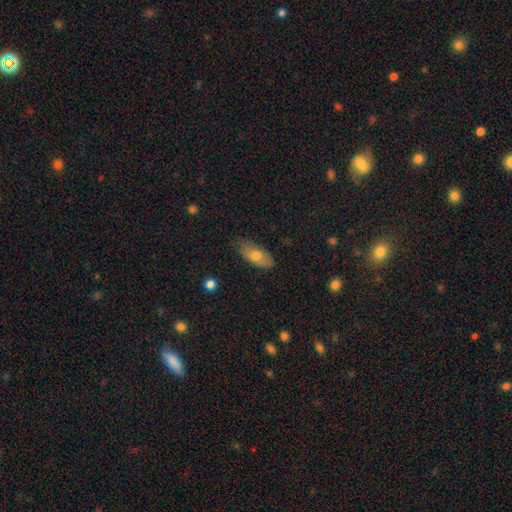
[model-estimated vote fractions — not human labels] smooth-or-featured: smooth: 71% | featured or disk: 23% | star or artifact: 7%
  how-rounded: in between: 84% | cigar-shaped: 12% | round: 4%
  merging: none: 74% | minor disturbance: 21% | major disturbance: 4% | merger: 1%